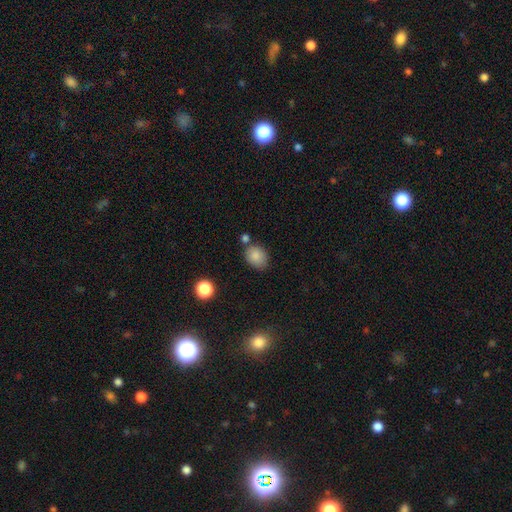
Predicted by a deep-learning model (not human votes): A smooth galaxy with no disk features (84%) that is in between round and cigar-shaped (61%). Merging: none (67%).